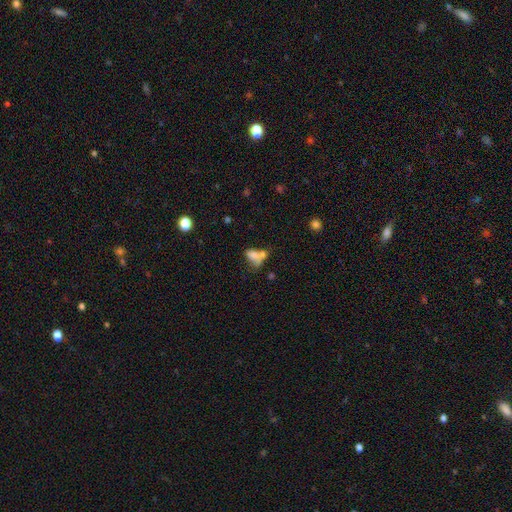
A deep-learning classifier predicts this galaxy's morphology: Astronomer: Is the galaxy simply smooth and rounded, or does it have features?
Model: smooth — 70%.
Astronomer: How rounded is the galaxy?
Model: in between — 78%.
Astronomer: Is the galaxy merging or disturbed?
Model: merger — 55%.